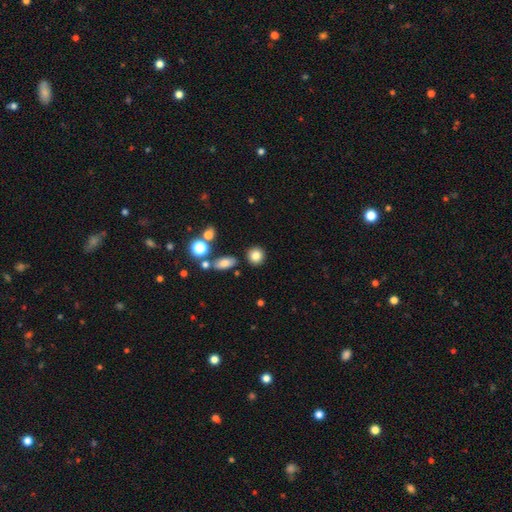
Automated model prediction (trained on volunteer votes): Smooth or featured? smooth (82%)
How rounded? round (86%)
Merging? none (85%)